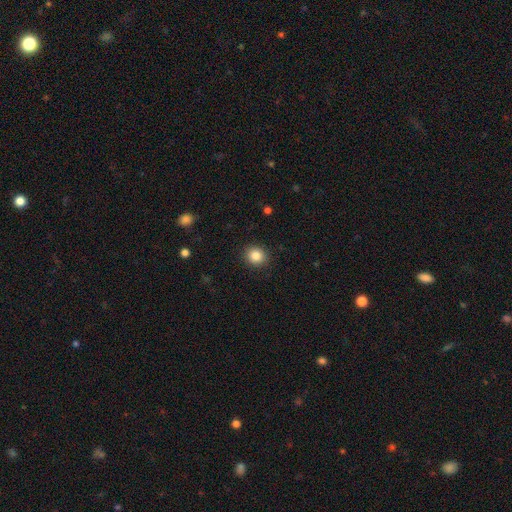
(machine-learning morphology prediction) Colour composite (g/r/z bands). It shows a smooth galaxy with no disk features (85%) that is round (81%). Merging: none (91%).